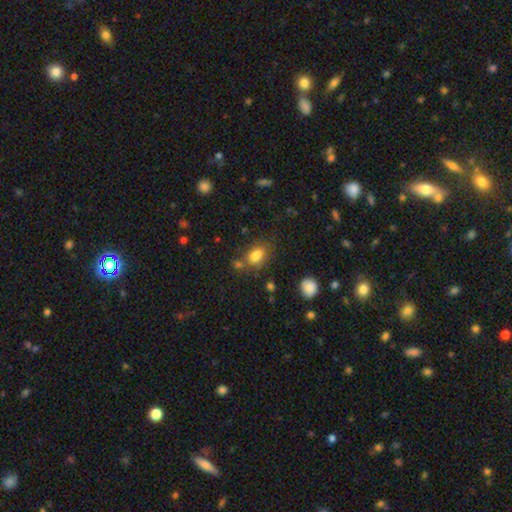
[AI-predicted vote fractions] smooth_or_featured: smooth (p=0.80) [alt: star or artifact p=0.11]
how_rounded: in between (p=0.81) [alt: round p=0.16]
merging: none (p=0.62) [alt: minor disturbance p=0.18]